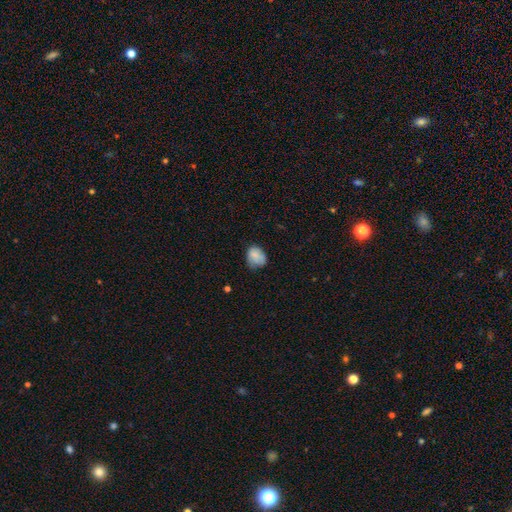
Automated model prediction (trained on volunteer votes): smooth_or_featured: smooth (p=0.77) [alt: featured or disk p=0.13]
how_rounded: in between (p=0.54) [alt: round p=0.45]
merging: none (p=0.54) [alt: minor disturbance p=0.35]